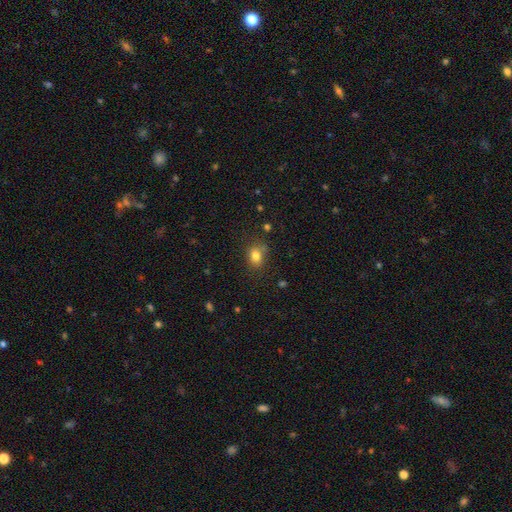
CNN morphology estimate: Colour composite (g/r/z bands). It shows a smooth galaxy with no disk features (80%) that is in between round and cigar-shaped (53%). Merging: none (73%).